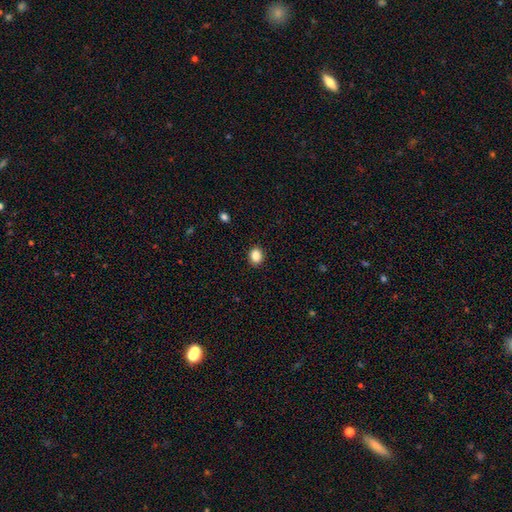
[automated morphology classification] Overall: smooth (87%). How rounded: in between (50%; round 49%). Merging: none (90%).